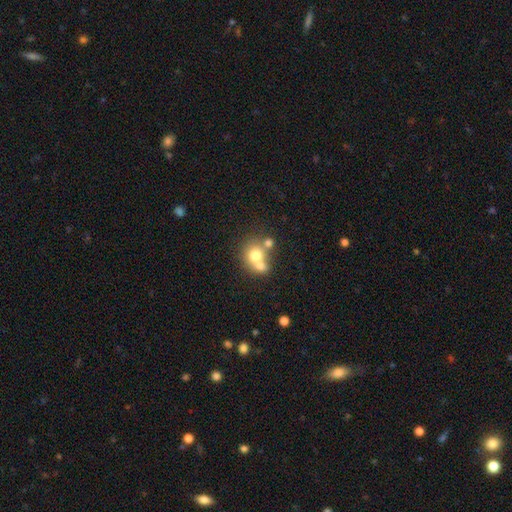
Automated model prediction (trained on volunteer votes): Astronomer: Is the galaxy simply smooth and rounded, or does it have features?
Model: smooth — 68%.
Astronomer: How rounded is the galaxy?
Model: round — 76%.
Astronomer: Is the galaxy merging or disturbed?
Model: merger — 56% (runner-up: none, 33%).